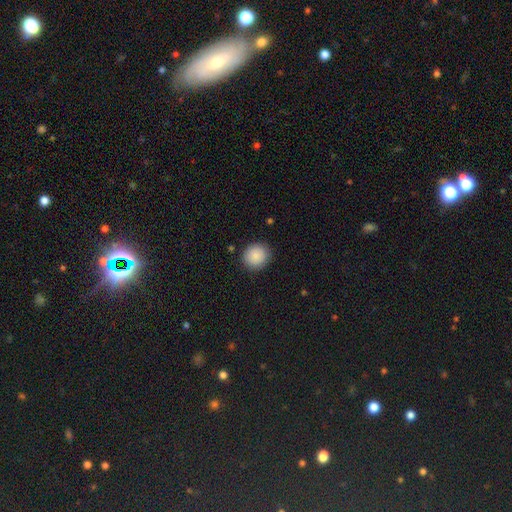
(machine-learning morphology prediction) A smooth galaxy with no disk features (89%) that is round (84%).

Vote fractions:
- Smooth or featured? smooth: 89% / star or artifact: 8% / featured or disk: 4%
- How rounded? round: 84% / in between: 15% / cigar-shaped: 1%
- Merging? none: 88% / minor disturbance: 8% / major disturbance: 2% / merger: 1%